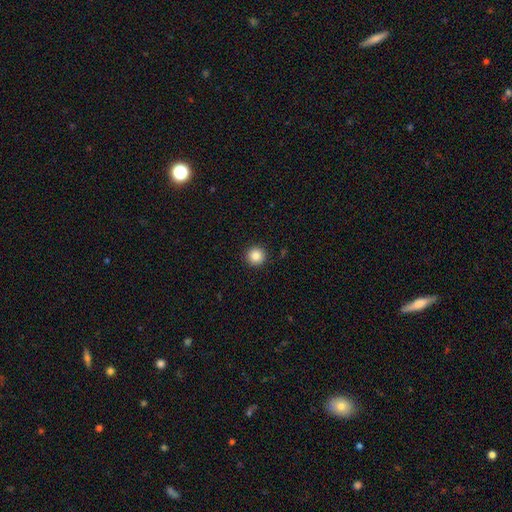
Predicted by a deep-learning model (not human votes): A smooth galaxy with no disk features (86%) that is round (95%).

Vote fractions:
- Smooth or featured? smooth: 86% / star or artifact: 10% / featured or disk: 4%
- How rounded? round: 95% / in between: 4% / cigar-shaped: 1%
- Merging? none: 92% / minor disturbance: 5% / major disturbance: 2% / merger: 1%